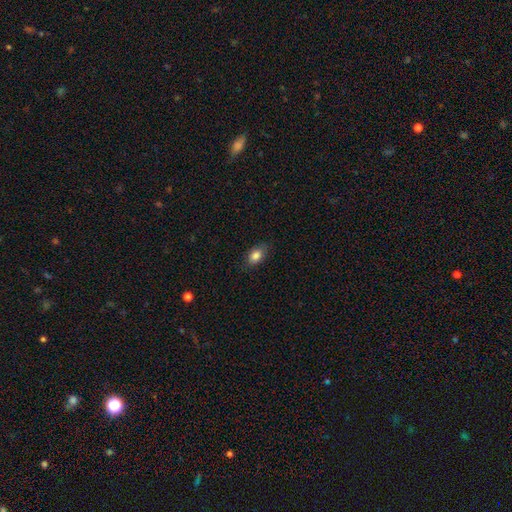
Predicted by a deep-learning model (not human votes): The model was most divided on "merging": none: 81%, minor disturbance: 15%, major disturbance: 3%, merger: 1%. More confident: smooth or featured — smooth (84%); how rounded — in between (84%).